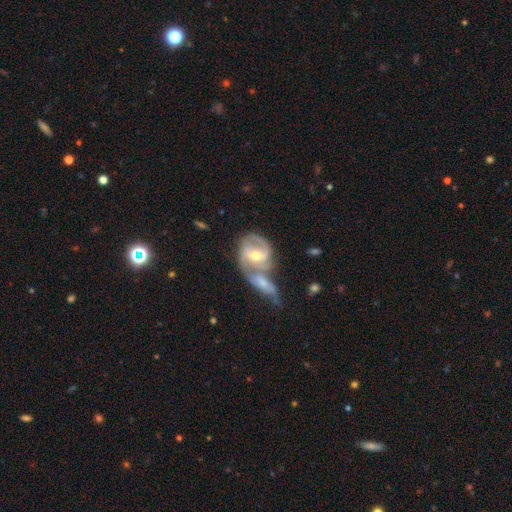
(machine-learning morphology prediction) This appears to be a featured or disk galaxy (79%) with a weak bar (44%), 2 (72%) tight (43%) spiral arms (90%) and a moderate central bulge (61%). Merging: merger (55%).